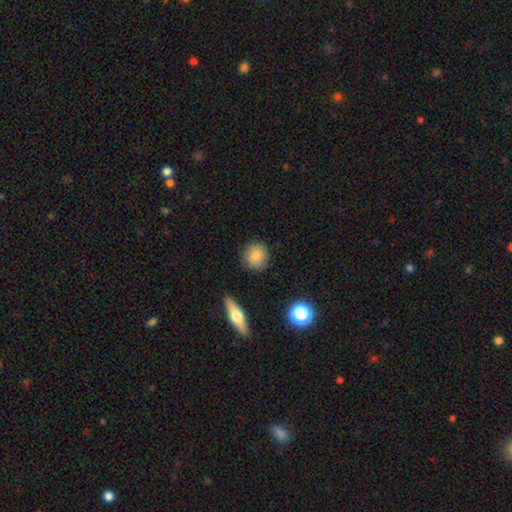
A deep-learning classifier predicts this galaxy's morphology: Q: Smooth or featured?
A: smooth (80%); runner-up: featured or disk (12%)
Q: How rounded?
A: round (89%); runner-up: in between (10%)
Q: Merging?
A: none (87%); runner-up: minor disturbance (9%)